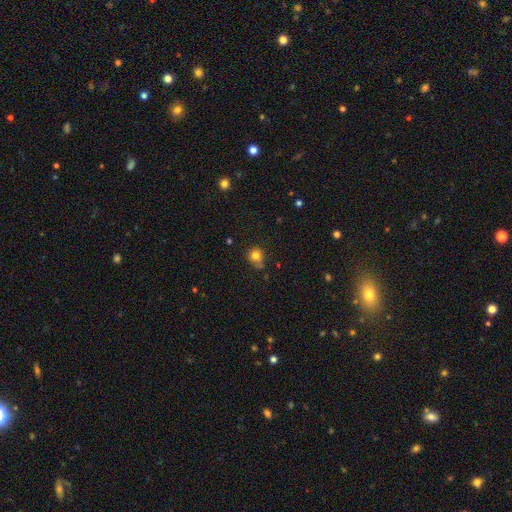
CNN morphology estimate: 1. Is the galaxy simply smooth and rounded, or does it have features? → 79% smooth, 13% star or artifact, 8% featured or disk.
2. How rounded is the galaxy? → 82% round, 17% in between, 1% cigar-shaped.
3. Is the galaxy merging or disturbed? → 62% none, 23% minor disturbance, 8% merger, 7% major disturbance.